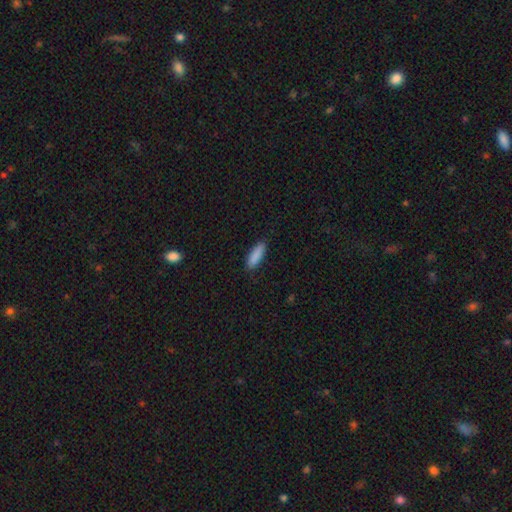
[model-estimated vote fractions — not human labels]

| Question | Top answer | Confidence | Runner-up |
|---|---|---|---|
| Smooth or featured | smooth | 89% | star or artifact (6%) |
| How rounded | in between | 52% | cigar-shaped (46%) |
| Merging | none | 85% | minor disturbance (12%) |